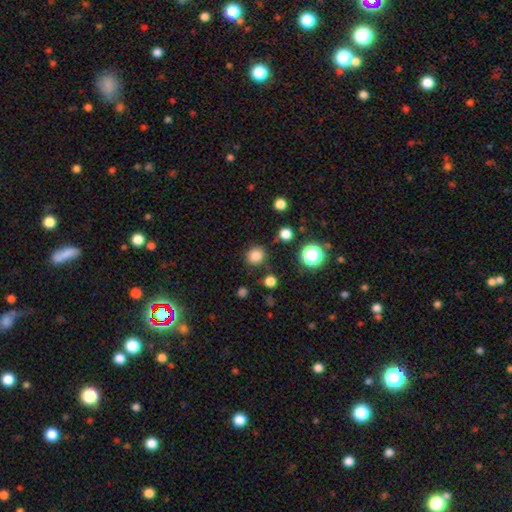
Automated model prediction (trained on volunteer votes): Smooth or featured: smooth — 82% (star or artifact — 13%)
How rounded: round — 89% (in between — 10%)
Merging: none — 86% (minor disturbance — 8%)